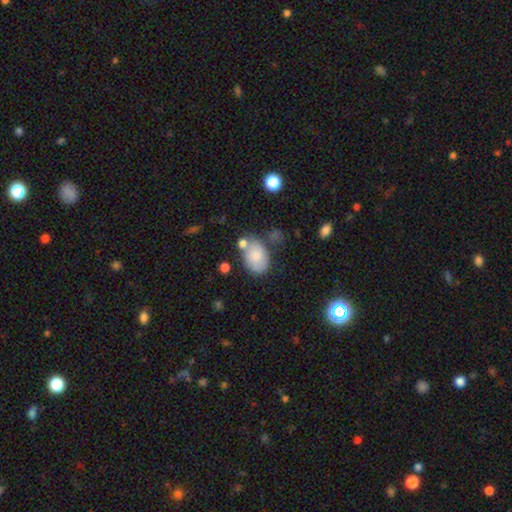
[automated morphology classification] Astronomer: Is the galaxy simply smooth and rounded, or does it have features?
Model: smooth — 78%.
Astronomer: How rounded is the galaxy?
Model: in between — 84%.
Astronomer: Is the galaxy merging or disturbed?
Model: none — 52%.